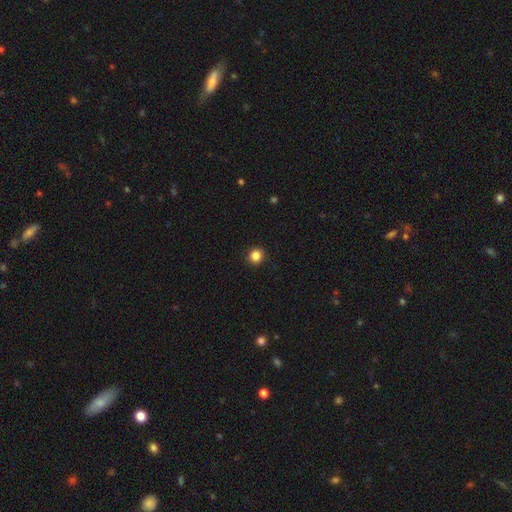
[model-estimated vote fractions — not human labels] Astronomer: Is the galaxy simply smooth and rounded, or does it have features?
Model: smooth — 85%.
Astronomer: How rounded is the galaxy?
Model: round — 93%.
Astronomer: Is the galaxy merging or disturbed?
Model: none — 93%.